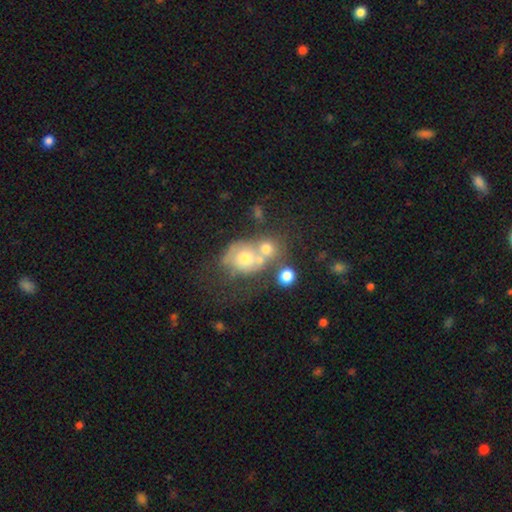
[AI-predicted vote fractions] This is marginally a featured or disk galaxy (43%). Merging: possibly merger (50%).